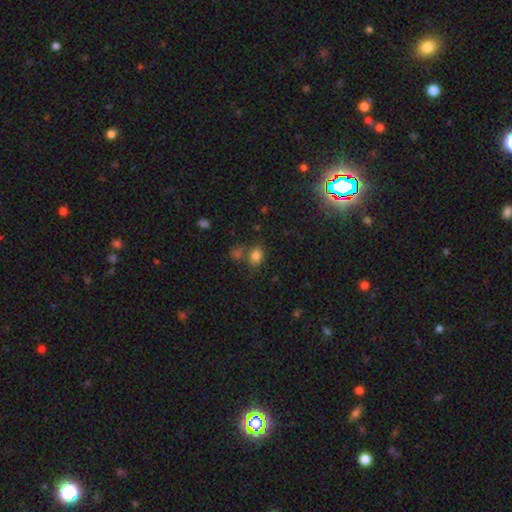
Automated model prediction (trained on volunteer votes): Smooth or featured: smooth — 81% (star or artifact — 13%)
How rounded: in between — 62% (round — 36%)
Merging: none — 60% (merger — 21%)